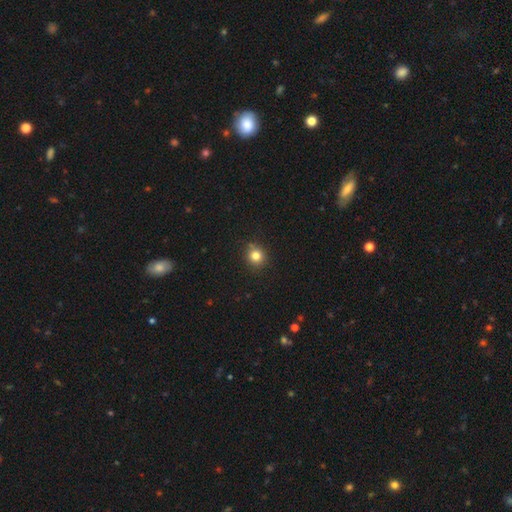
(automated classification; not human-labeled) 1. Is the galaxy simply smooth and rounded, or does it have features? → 81% smooth, 13% star or artifact, 6% featured or disk.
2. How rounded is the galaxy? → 89% round, 10% in between, 1% cigar-shaped.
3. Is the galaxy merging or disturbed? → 85% none, 10% minor disturbance, 3% merger, 2% major disturbance.